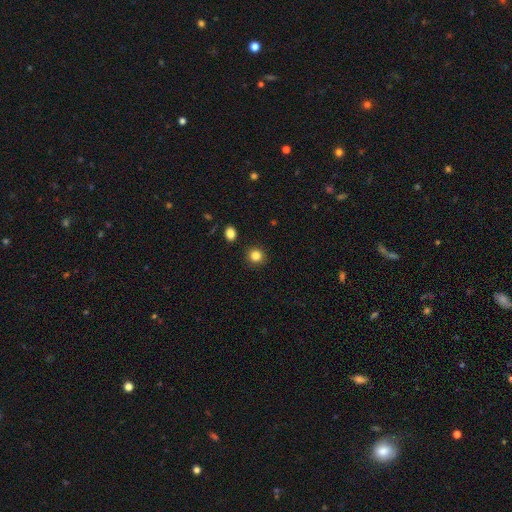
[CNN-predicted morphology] Smooth or featured: smooth — 84% (star or artifact — 11%)
How rounded: round — 89% (in between — 10%)
Merging: none — 90% (minor disturbance — 6%)